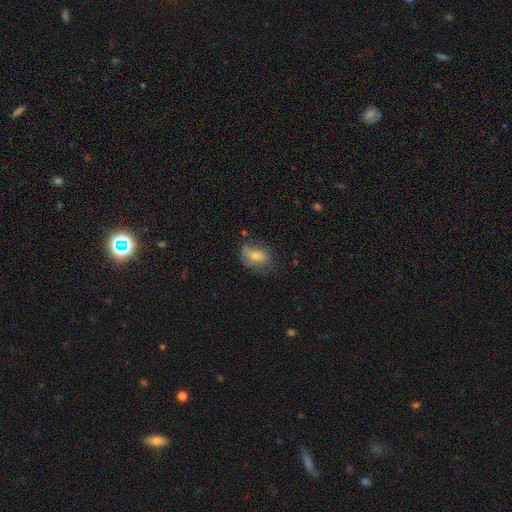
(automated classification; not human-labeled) Smooth or featured: smooth — 52% (featured or disk — 36%)
How rounded: in between — 76% (round — 20%)
Merging: none — 58% (minor disturbance — 27%)